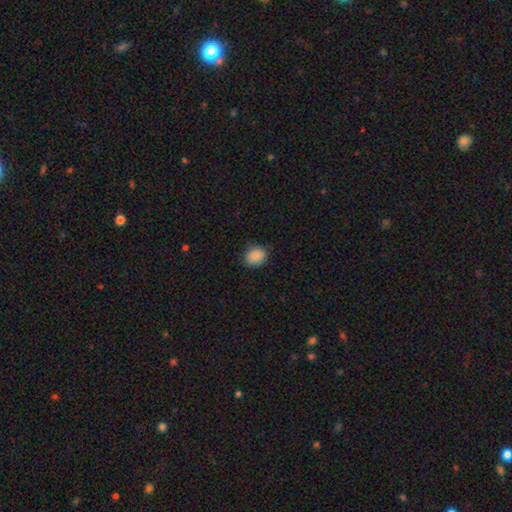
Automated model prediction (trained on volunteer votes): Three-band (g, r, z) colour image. It shows a smooth galaxy with no disk features (87%) that is round (55%). Merging: none (79%).